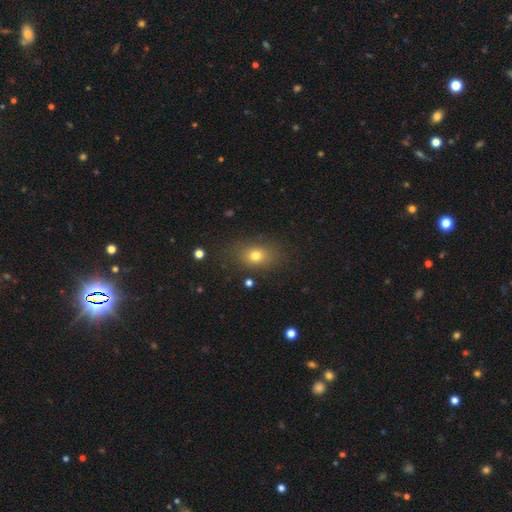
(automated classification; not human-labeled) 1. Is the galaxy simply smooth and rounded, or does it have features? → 74% smooth, 14% star or artifact, 12% featured or disk.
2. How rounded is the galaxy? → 66% in between, 32% round, 2% cigar-shaped.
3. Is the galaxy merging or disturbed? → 81% none, 12% minor disturbance, 5% major disturbance, 2% merger.